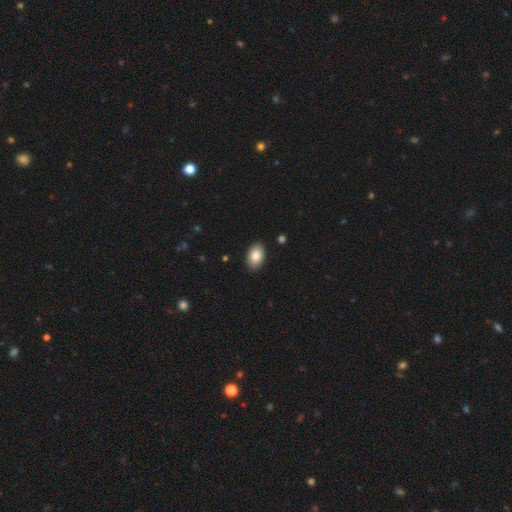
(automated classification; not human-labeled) Smooth or featured? Predicted: smooth (p=0.85). How rounded? Predicted: in between (p=0.89). Merging? Predicted: none (p=0.89).